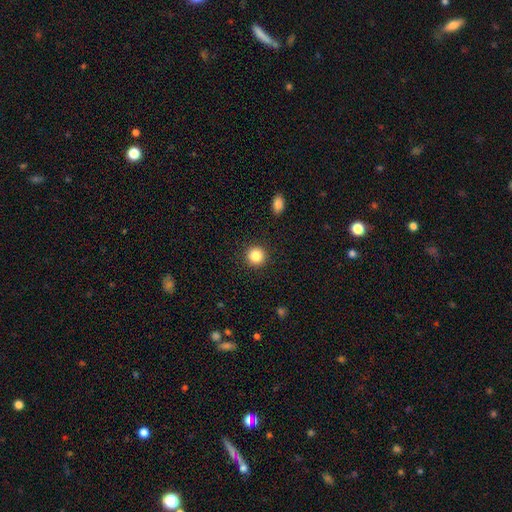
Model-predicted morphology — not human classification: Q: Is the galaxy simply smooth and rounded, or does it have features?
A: smooth — 85%.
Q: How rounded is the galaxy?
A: round — 94%.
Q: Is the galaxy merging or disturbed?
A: none — 92%.